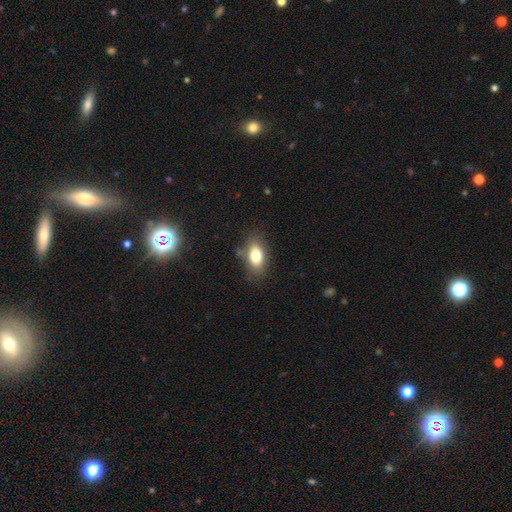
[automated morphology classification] Smooth or featured?
  - smooth: 78% *
  - featured or disk: 13%
  - star or artifact: 9%
How rounded?
  - in between: 87% *
  - round: 10%
  - cigar-shaped: 3%
Merging?
  - none: 77% *
  - minor disturbance: 16%
  - major disturbance: 5%
  - merger: 2%